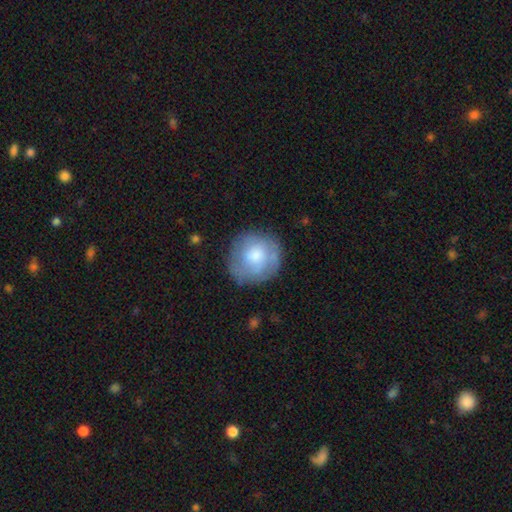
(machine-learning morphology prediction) A smooth galaxy with no disk features (59%) that is round (89%). Merging: none (76%).